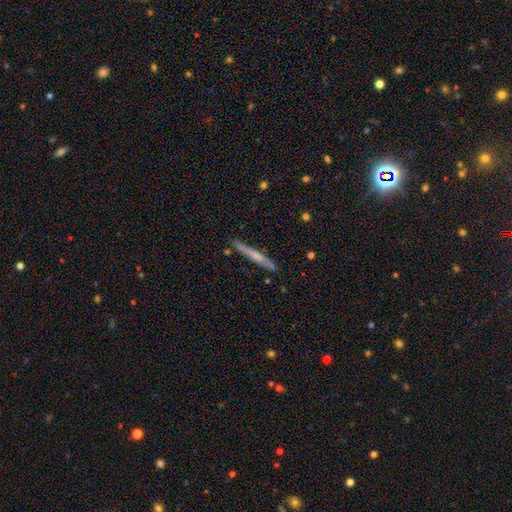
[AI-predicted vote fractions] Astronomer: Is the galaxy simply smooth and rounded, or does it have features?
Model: featured or disk — 50% (runner-up: smooth, 44%).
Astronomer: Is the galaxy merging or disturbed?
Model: none — 88%.